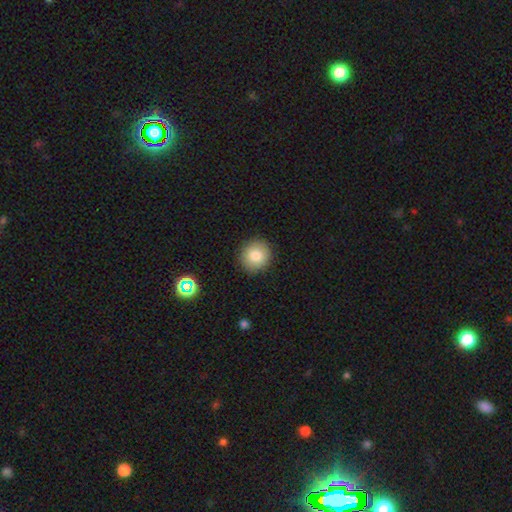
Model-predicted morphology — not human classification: Q: Smooth or featured?
A: smooth (84%); runner-up: star or artifact (8%)
Q: How rounded?
A: round (87%); runner-up: in between (12%)
Q: Merging?
A: none (89%); runner-up: minor disturbance (8%)